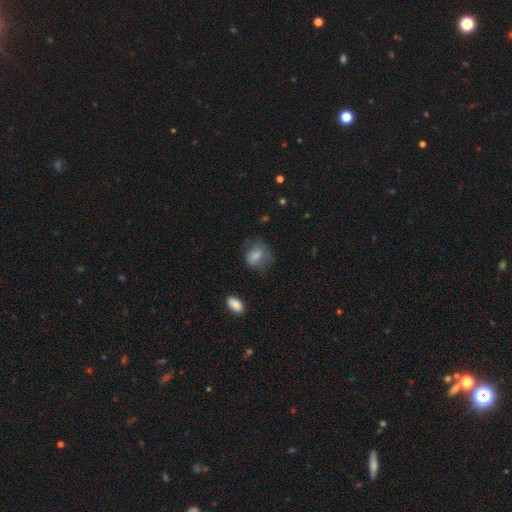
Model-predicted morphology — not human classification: Smooth or featured: smooth — 74% (featured or disk — 17%)
How rounded: in between — 64% (round — 34%)
Merging: none — 52% (minor disturbance — 27%)